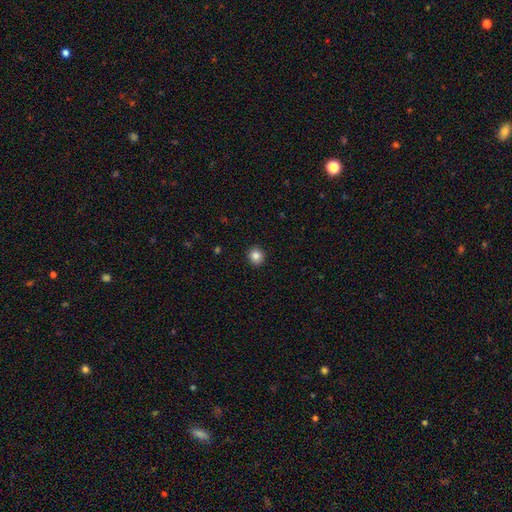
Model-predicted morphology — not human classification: smooth-or-featured: smooth: 85% | star or artifact: 10% | featured or disk: 4%
  how-rounded: round: 88% | in between: 11% | cigar-shaped: 1%
  merging: none: 92% | minor disturbance: 5% | major disturbance: 2% | merger: 1%